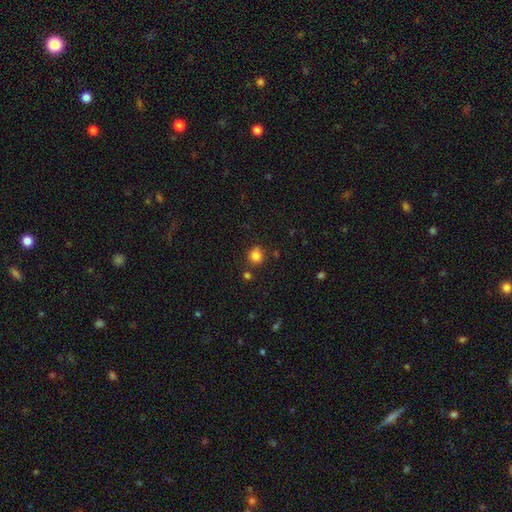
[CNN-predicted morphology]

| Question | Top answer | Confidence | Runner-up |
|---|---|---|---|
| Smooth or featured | smooth | 84% | star or artifact (12%) |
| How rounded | round | 86% | in between (13%) |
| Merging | none | 80% | minor disturbance (10%) |